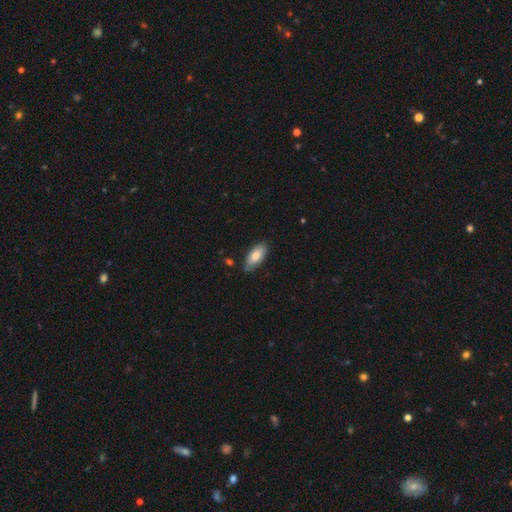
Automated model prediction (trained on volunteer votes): This appears to be a smooth galaxy with no disk features (78%) that is in between round and cigar-shaped (87%). Merging: none (78%).